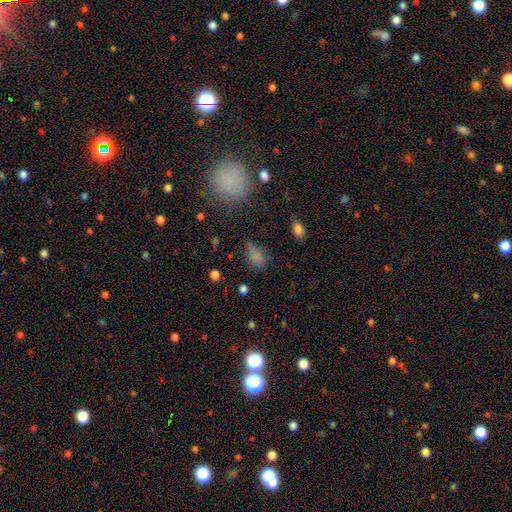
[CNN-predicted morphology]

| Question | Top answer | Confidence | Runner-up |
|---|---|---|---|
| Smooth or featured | smooth | 72% | star or artifact (19%) |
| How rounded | in between | 79% | round (15%) |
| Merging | none | 57% | minor disturbance (28%) |